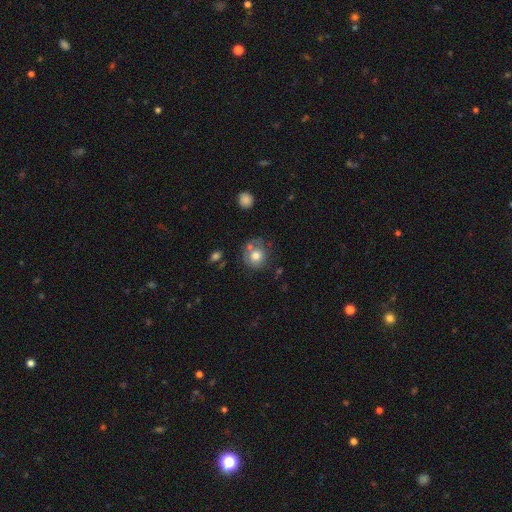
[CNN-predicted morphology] Q: Smooth or featured?
A: smooth (70%); runner-up: featured or disk (21%)
Q: How rounded?
A: round (82%); runner-up: in between (17%)
Q: Merging?
A: none (54%); runner-up: minor disturbance (21%)